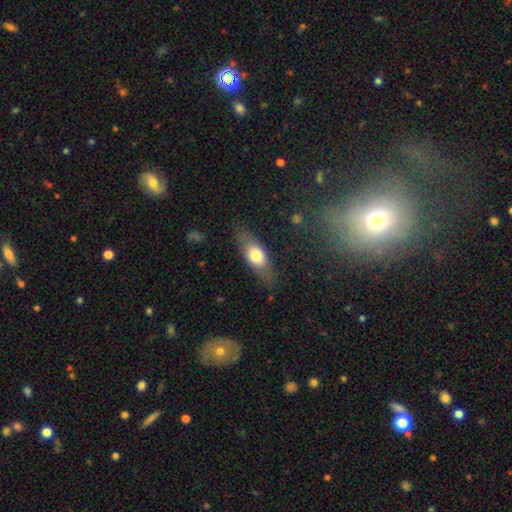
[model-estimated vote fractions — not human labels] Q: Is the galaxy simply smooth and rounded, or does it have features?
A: smooth — 65%.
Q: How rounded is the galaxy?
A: in between — 71%.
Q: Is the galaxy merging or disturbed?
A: none — 77%.